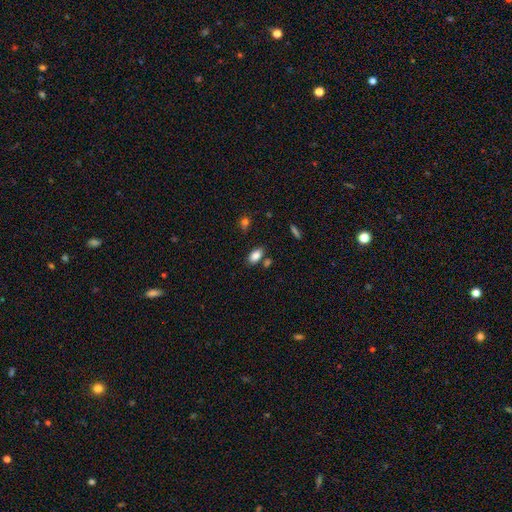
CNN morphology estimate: This is clearly a smooth galaxy (85%). How rounded: clearly in between (91%). Merging: likely none (75%).